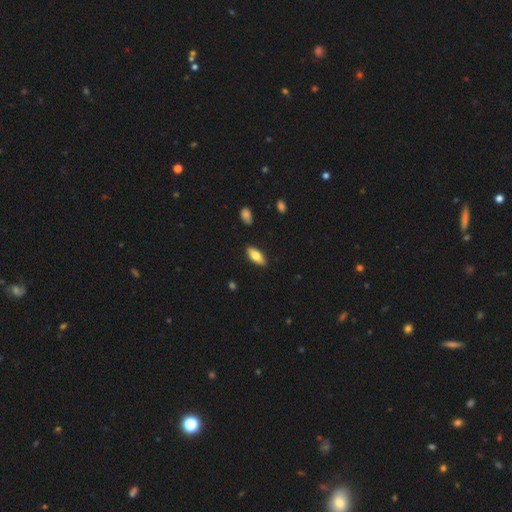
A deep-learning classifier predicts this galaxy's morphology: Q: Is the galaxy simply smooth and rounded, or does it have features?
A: smooth — 72%.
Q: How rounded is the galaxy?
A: in between — 77%.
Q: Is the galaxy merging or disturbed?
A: none — 87%.